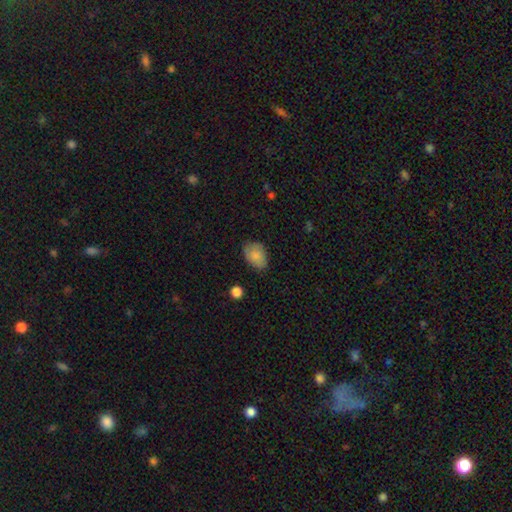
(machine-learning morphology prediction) smooth_or_featured: smooth (p=0.84) [alt: featured or disk p=0.09]
how_rounded: in between (p=0.84) [alt: round p=0.15]
merging: none (p=0.74) [alt: minor disturbance p=0.21]